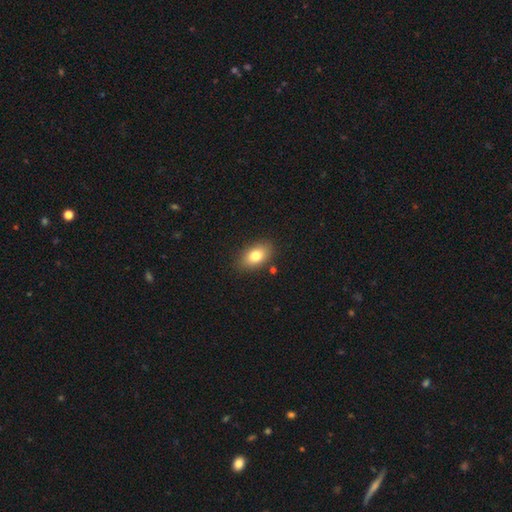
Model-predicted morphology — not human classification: Q: Smooth or featured?
A: smooth (80%); runner-up: featured or disk (12%)
Q: How rounded?
A: in between (88%); runner-up: round (10%)
Q: Merging?
A: none (84%); runner-up: minor disturbance (11%)